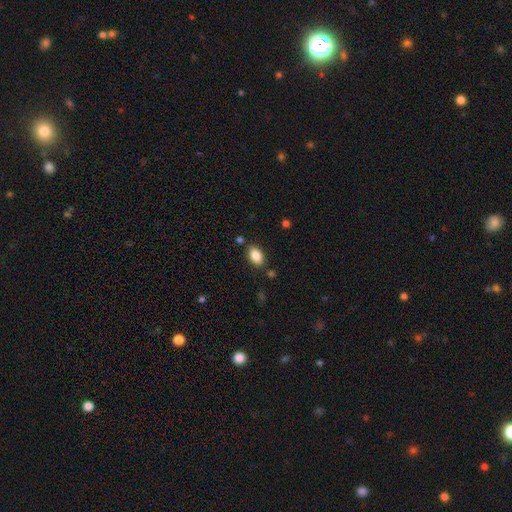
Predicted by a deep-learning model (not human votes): Smooth or featured?
  - smooth: 87% *
  - star or artifact: 8%
  - featured or disk: 5%
How rounded?
  - in between: 90% *
  - round: 8%
  - cigar-shaped: 2%
Merging?
  - none: 82% *
  - minor disturbance: 11%
  - merger: 4%
  - major disturbance: 3%